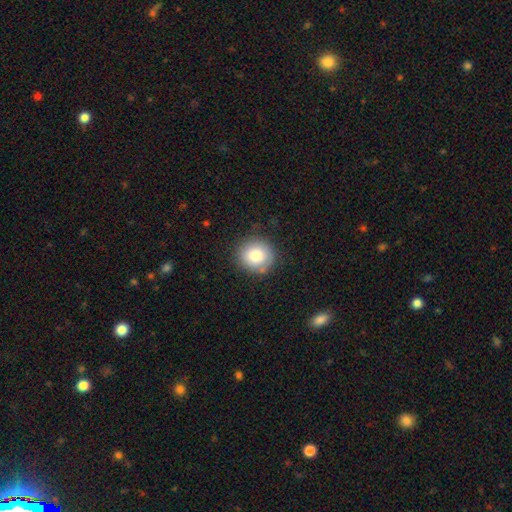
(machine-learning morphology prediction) This appears to be a smooth galaxy with no disk features (84%) that is round (90%). Merging: none (82%).